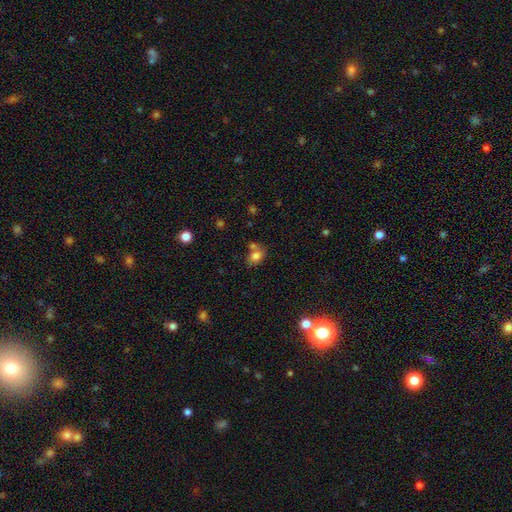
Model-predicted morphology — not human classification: Smooth or featured? smooth (79%)
How rounded? in between (64%)
Merging? none (54%)